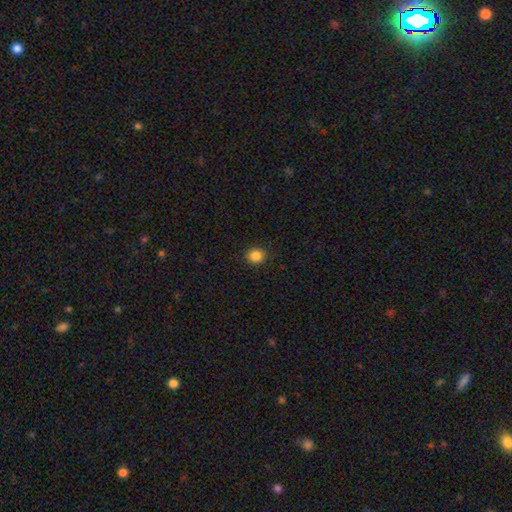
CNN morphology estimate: Overall: smooth (86%). How rounded: round (86%). Merging: none (91%).